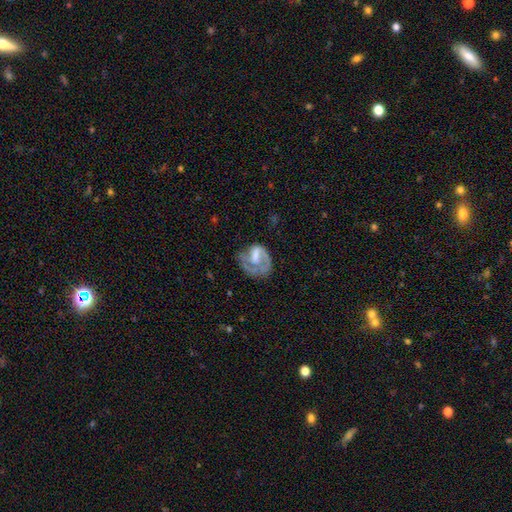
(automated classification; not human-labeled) This is possibly a featured or disk galaxy (60%). It is clearly not viewed edge-on (97%). Bar: marginally weak (44%). Spiral arm pattern: likely yes (69%). Central bulge: marginally moderate (37%). Merging: marginally none (41%).